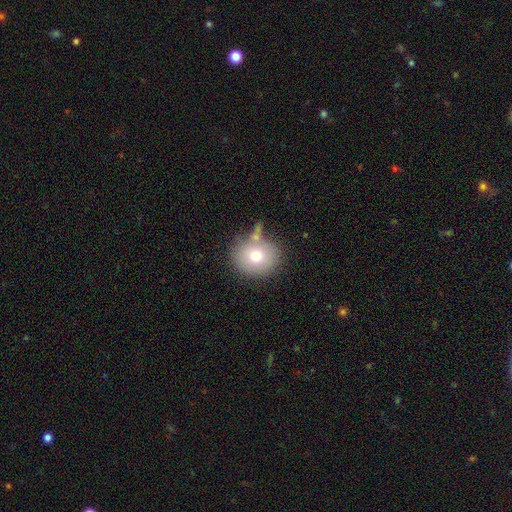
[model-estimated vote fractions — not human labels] Smooth or featured? smooth (72%)
How rounded? round (76%)
Merging? none (64%)